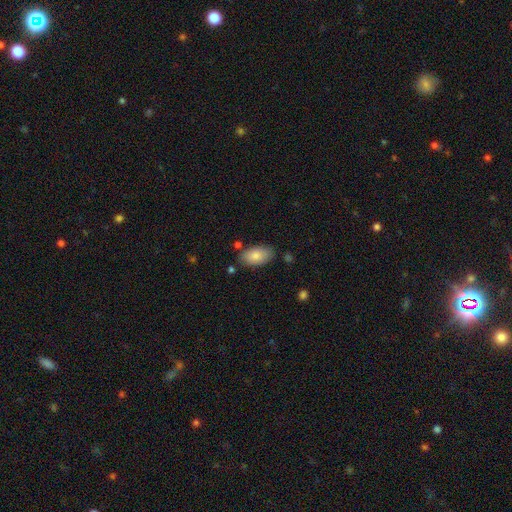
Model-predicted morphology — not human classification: The model was most divided on "merging": none: 79%, minor disturbance: 14%, merger: 4%, major disturbance: 3%. More confident: how rounded — in between (94%); smooth or featured — smooth (82%).